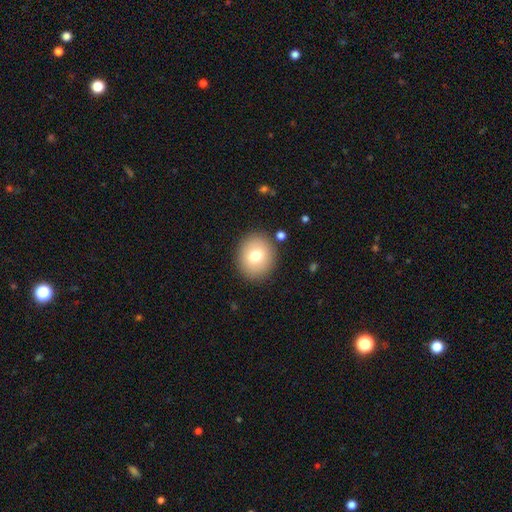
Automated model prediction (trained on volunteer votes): A smooth galaxy with no disk features (74%) that is round (71%). Merging: none (87%).